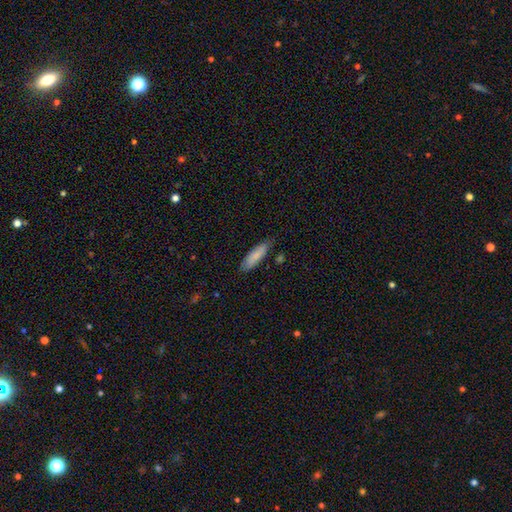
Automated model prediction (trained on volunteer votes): Smooth or featured?
  - smooth: 83% *
  - featured or disk: 11%
  - star or artifact: 6%
How rounded?
  - cigar-shaped: 58% *
  - in between: 40%
  - round: 1%
Merging?
  - none: 77% *
  - minor disturbance: 18%
  - major disturbance: 3%
  - merger: 2%